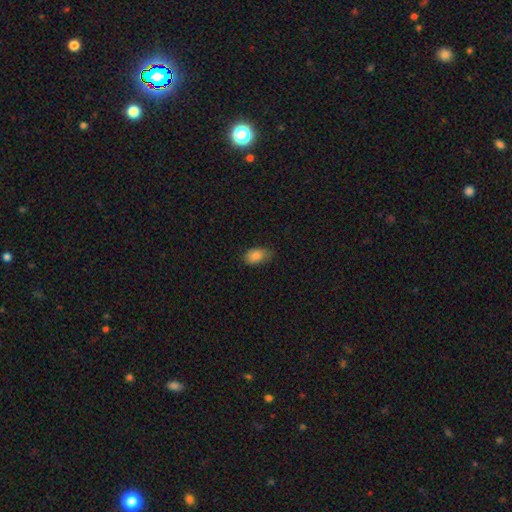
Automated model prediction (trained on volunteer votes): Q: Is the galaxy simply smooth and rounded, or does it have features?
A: smooth — 84%.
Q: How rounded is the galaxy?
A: in between — 90%.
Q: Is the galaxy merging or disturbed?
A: none — 68%.